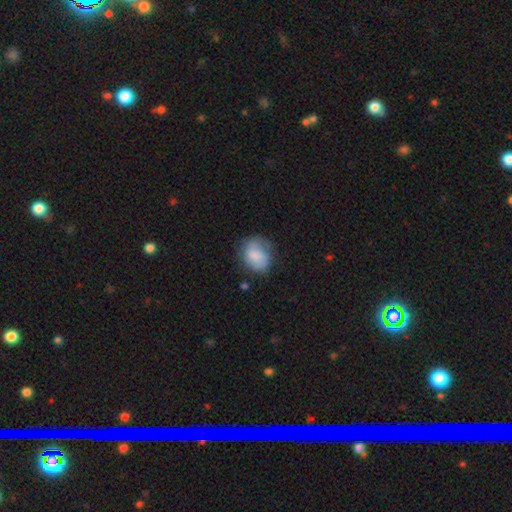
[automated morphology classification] A smooth galaxy with no disk features (69%) that is round (58%).

Vote fractions:
- Smooth or featured? smooth: 69% / featured or disk: 24% / star or artifact: 8%
- How rounded? round: 58% / in between: 41% / cigar-shaped: 1%
- Merging? none: 57% / minor disturbance: 28% / major disturbance: 13% / merger: 2%